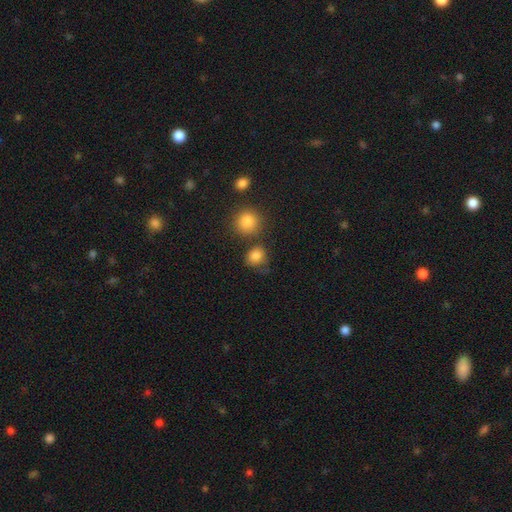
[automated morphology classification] smooth 82%, star or artifact 12%, featured or disk 6%. Down the decision tree: how rounded — round (71%); merging — none (64%).